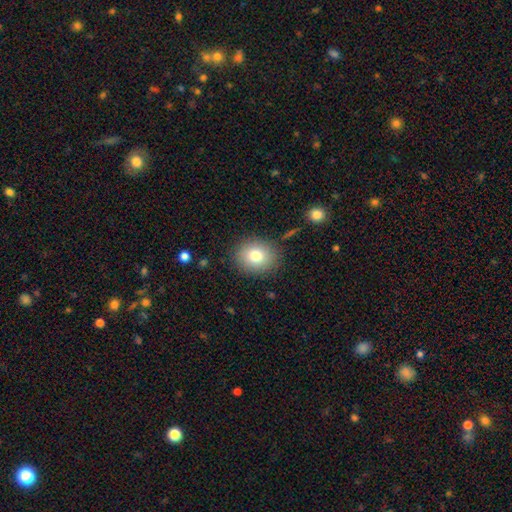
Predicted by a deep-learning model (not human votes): smooth 79%, featured or disk 10%, star or artifact 10%. Down the decision tree: how rounded — round (65%); merging — none (86%).